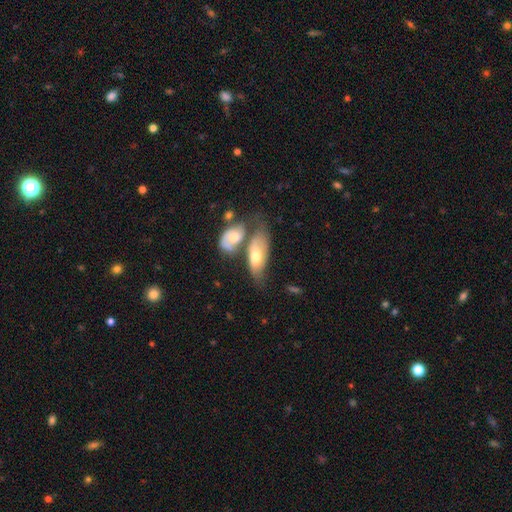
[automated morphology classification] type=smooth (53%); roundness=in between (80%); merging=merger (49%).